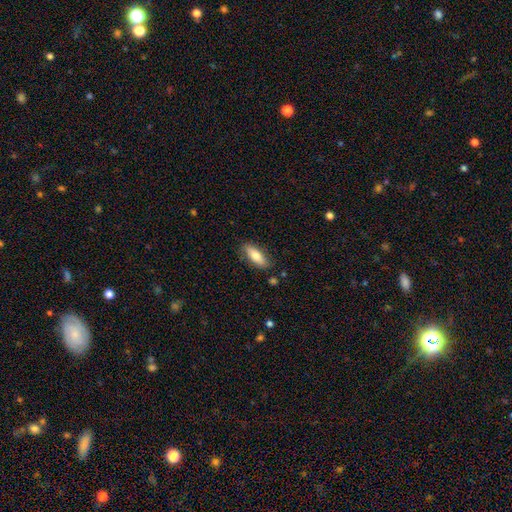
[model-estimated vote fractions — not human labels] smooth_or_featured: smooth (p=0.73) [alt: featured or disk p=0.21]
how_rounded: in between (p=0.74) [alt: cigar-shaped p=0.24]
merging: none (p=0.82) [alt: minor disturbance p=0.14]